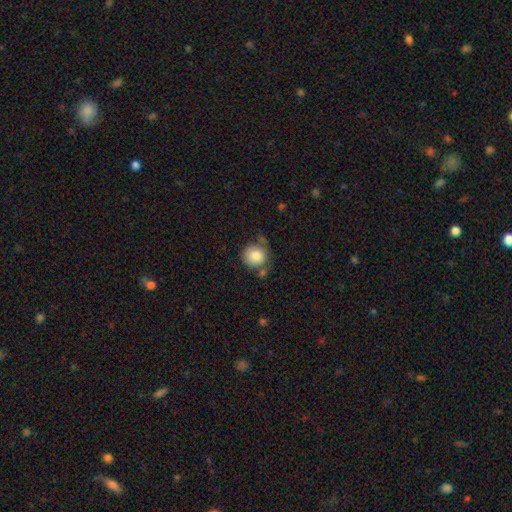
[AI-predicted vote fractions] Overall: smooth (84%). How rounded: round (87%). Merging: none (51%; minor disturbance 25%).